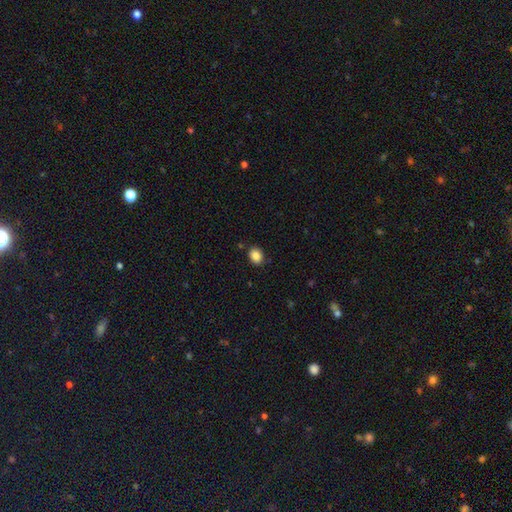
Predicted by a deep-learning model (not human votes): Q: Smooth or featured?
A: smooth (86%); runner-up: star or artifact (9%)
Q: How rounded?
A: in between (53%); runner-up: round (46%)
Q: Merging?
A: none (84%); runner-up: minor disturbance (11%)